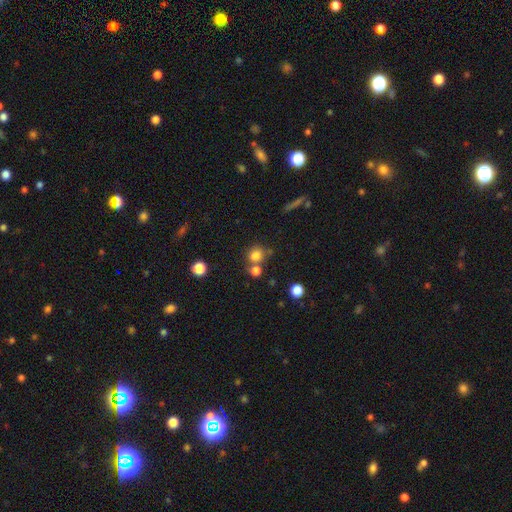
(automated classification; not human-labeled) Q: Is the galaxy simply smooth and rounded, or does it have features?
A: smooth — 79%.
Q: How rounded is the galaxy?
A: round — 76%.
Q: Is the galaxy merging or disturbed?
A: none — 58%.